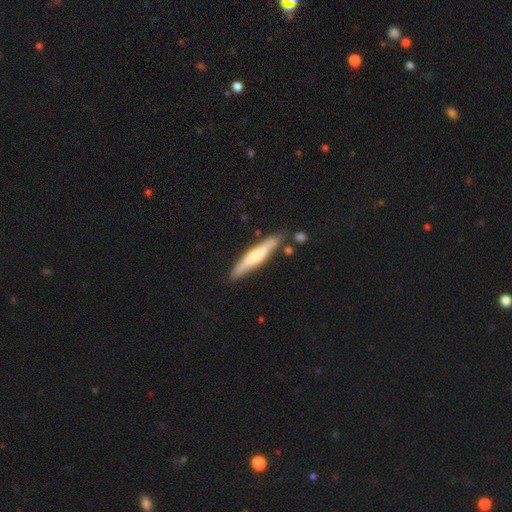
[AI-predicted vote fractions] smooth_or_featured: smooth (p=0.52) [alt: featured or disk p=0.42]
how_rounded: cigar-shaped (p=0.91) [alt: in between p=0.08]
merging: none (p=0.80) [alt: minor disturbance p=0.12]